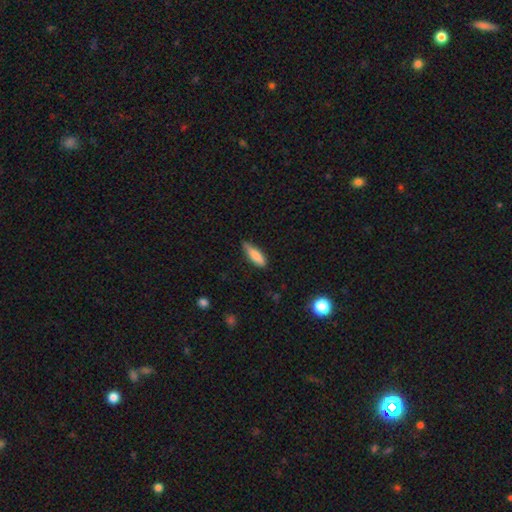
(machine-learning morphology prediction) The model was most divided on "how rounded": cigar-shaped: 50%, in between: 48%, round: 2%. More confident: smooth or featured — smooth (82%); merging — none (61%).